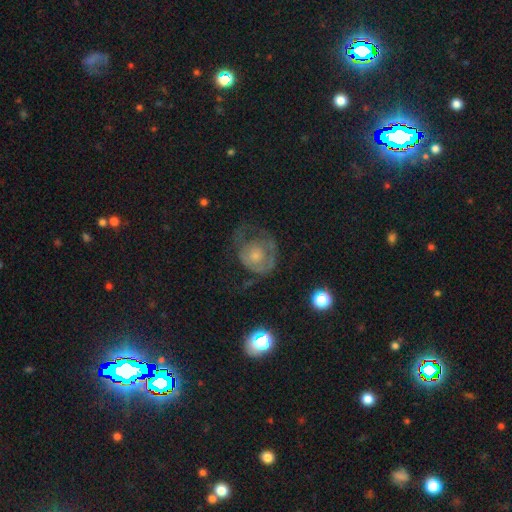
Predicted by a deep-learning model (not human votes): Smooth or featured? featured or disk (52%)
Edge-on disk? no (97%)
Bar? no (87%)
Spiral arms? no (55%)
Bulge size? small (45%)
Merging? major disturbance (40%)